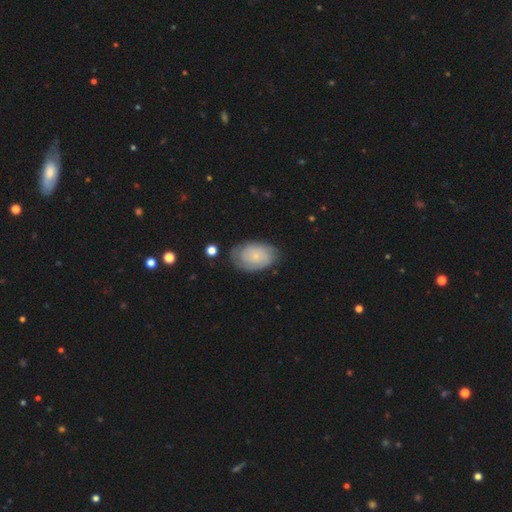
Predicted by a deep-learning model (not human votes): Overall: featured or disk (52%; smooth 41%). Edge-on disk: no (96%). Merging: none (72%).